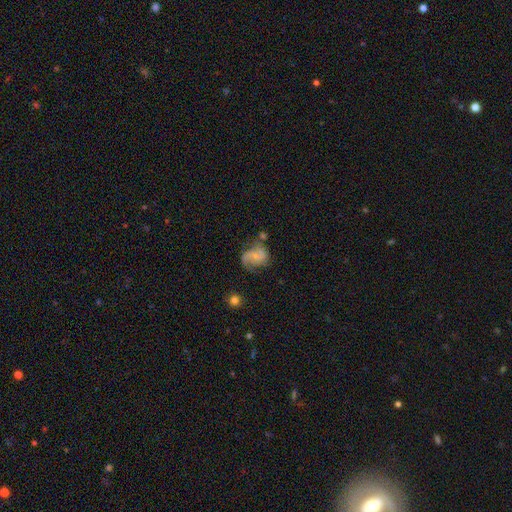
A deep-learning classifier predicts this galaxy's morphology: Smooth or featured? Predicted: featured or disk (p=0.64). Edge-on disk? Predicted: no (p=0.98). Bar? Predicted: no (p=0.52). Spiral arms? Predicted: yes (p=0.89). Spiral winding? Predicted: medium (p=0.45). Spiral arm count? Predicted: 2 (p=0.77). Bulge size? Predicted: small (p=0.54). Merging? Predicted: none (p=0.50).